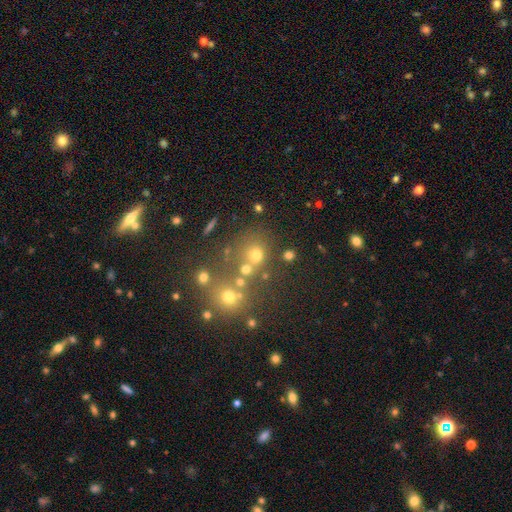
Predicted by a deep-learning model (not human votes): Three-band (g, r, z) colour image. It shows a smooth galaxy with no disk features (55%) that is round (82%). Merging: none (63%).